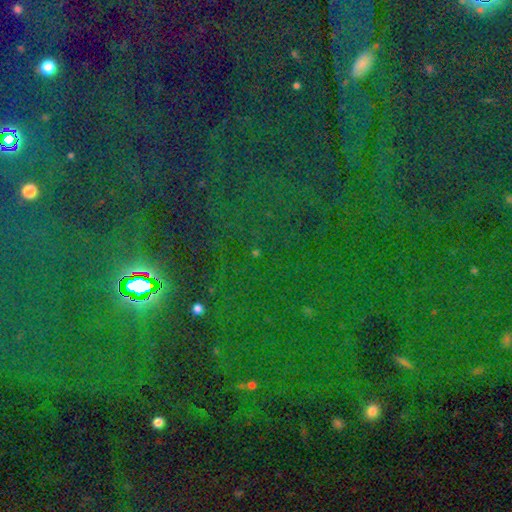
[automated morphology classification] A star or artifact, not a galaxy (82%).